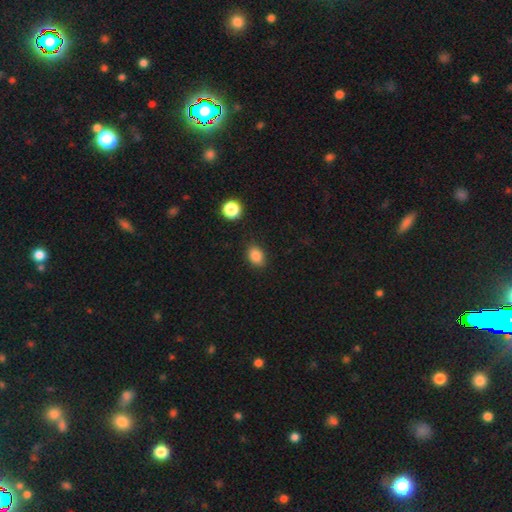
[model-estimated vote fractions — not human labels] This appears to be a smooth galaxy with no disk features (85%) that is in between round and cigar-shaped (72%). Merging: none (83%).